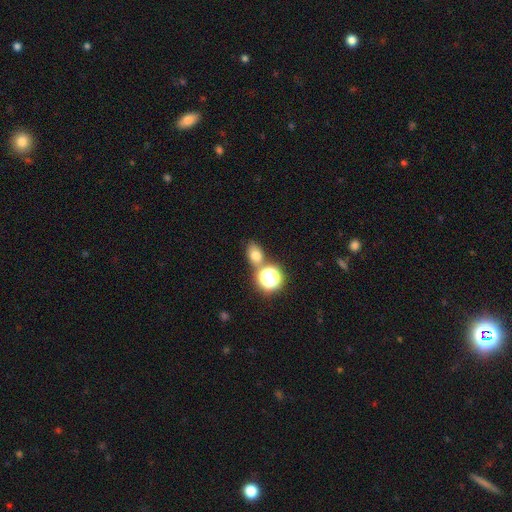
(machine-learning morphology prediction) The model was most divided on "how rounded": in between: 63%, round: 36%, cigar-shaped: 2%. More confident: smooth or featured — smooth (69%); merging — none (63%).